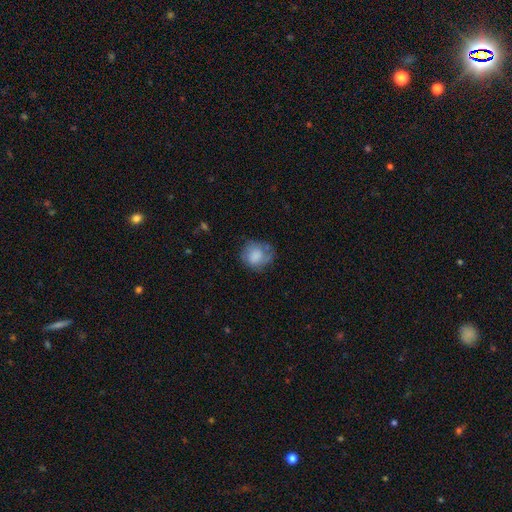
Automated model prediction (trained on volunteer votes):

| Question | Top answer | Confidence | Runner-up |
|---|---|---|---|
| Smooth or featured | smooth | 73% | featured or disk (18%) |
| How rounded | round | 77% | in between (22%) |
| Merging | none | 58% | minor disturbance (26%) |